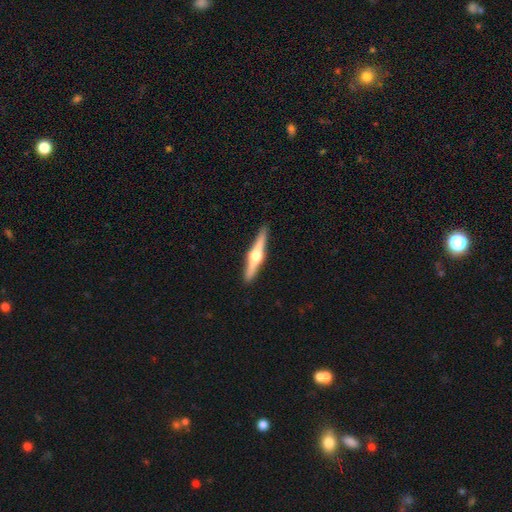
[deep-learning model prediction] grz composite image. It shows a featured or disk galaxy (74%) viewed edge-on (98%) with a rounded central bulge (94%). Merging: none (92%).